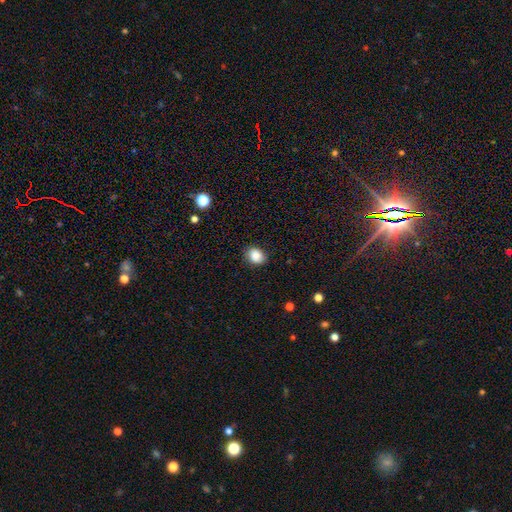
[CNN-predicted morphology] Smooth or featured? smooth (86%)
How rounded? round (56%)
Merging? none (82%)